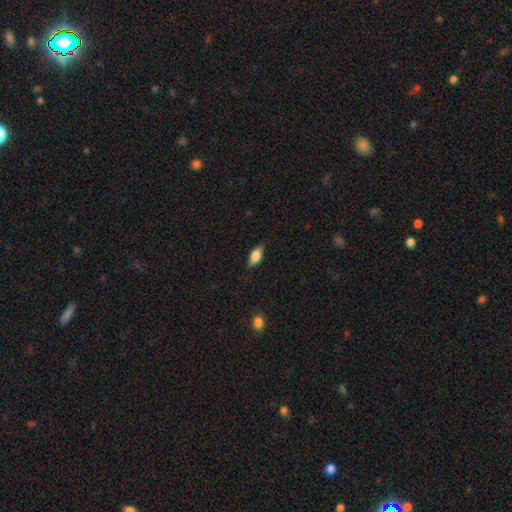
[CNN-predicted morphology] Smooth or featured: smooth — 71% (featured or disk — 22%)
How rounded: in between — 82% (cigar-shaped — 14%)
Merging: none — 80% (minor disturbance — 16%)